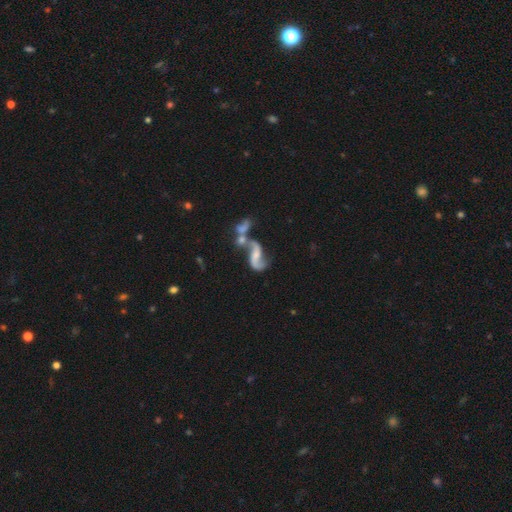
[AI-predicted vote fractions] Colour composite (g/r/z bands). It shows a featured or disk galaxy (79%) with no bar (47%), 2 (87%) loose (79%) spiral arms (91%) and a small central bulge (34%, tied with none). Merging: merger (52%).